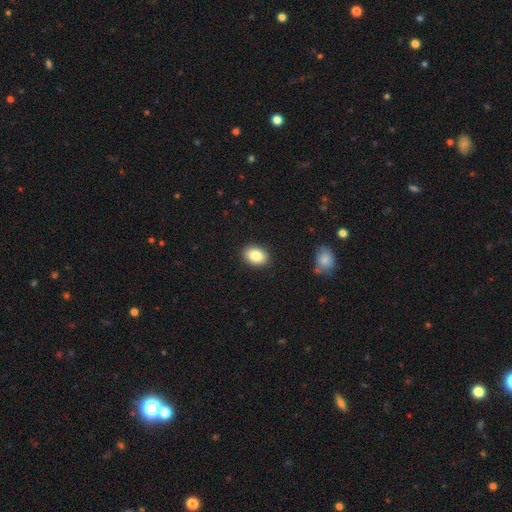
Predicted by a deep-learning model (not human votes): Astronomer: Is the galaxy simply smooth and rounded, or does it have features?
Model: smooth — 84%.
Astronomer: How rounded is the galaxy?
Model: in between — 78%.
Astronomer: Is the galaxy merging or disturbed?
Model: none — 89%.